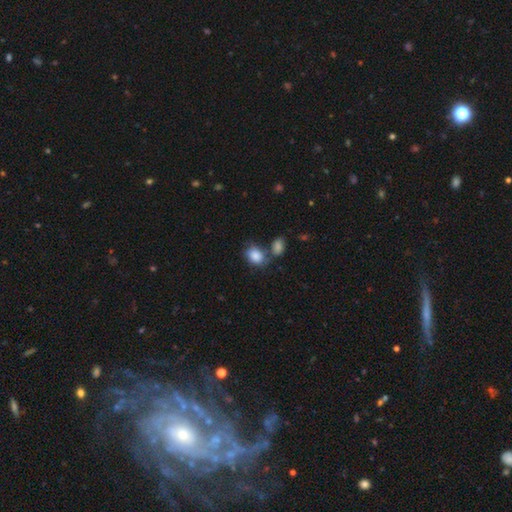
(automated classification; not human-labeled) Overall: smooth (85%). How rounded: in between (67%; round 31%). Merging: none (45%; merger 31%).